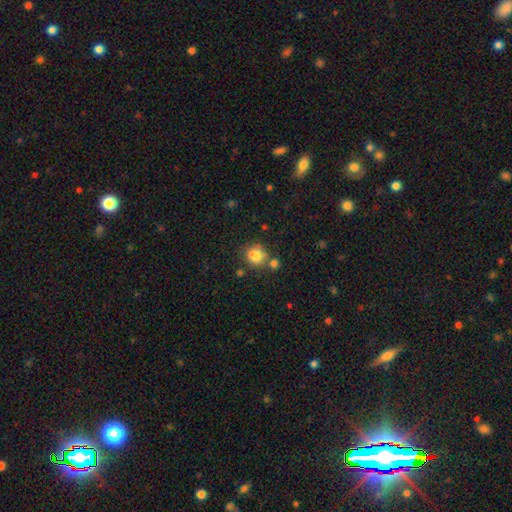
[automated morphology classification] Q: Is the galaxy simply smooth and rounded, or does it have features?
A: smooth — 81%.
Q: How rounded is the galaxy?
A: round — 71%.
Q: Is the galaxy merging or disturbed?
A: none — 59%.